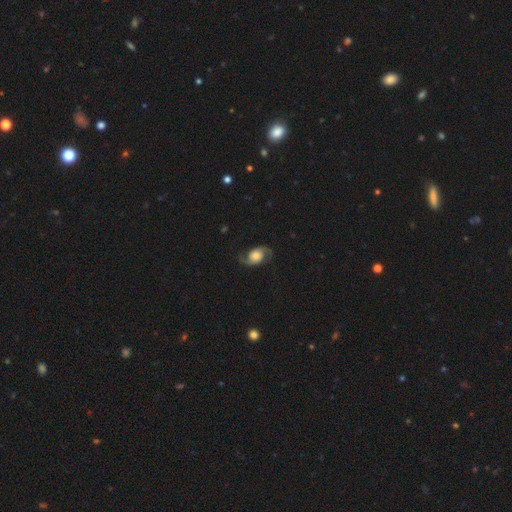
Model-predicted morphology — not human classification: type=featured or disk (75%); edge-on=no (97%); bar=no (72%); spiral arms=yes (94%); winding=loose (50%); arm count=2 (92%); bulge=moderate (48%); merging=none (74%).